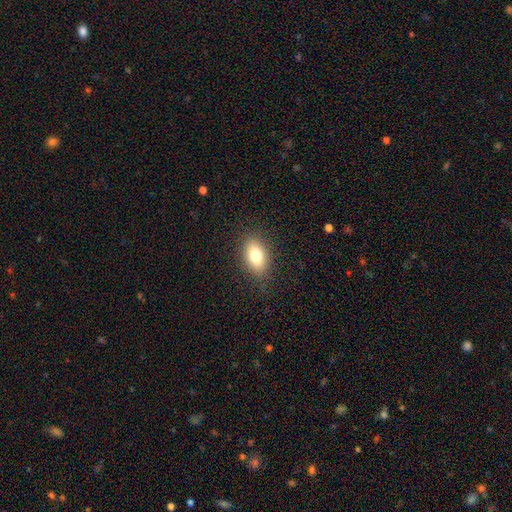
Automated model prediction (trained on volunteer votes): Q: Smooth or featured?
A: smooth (78%); runner-up: featured or disk (12%)
Q: How rounded?
A: in between (86%); runner-up: round (11%)
Q: Merging?
A: none (85%); runner-up: minor disturbance (11%)